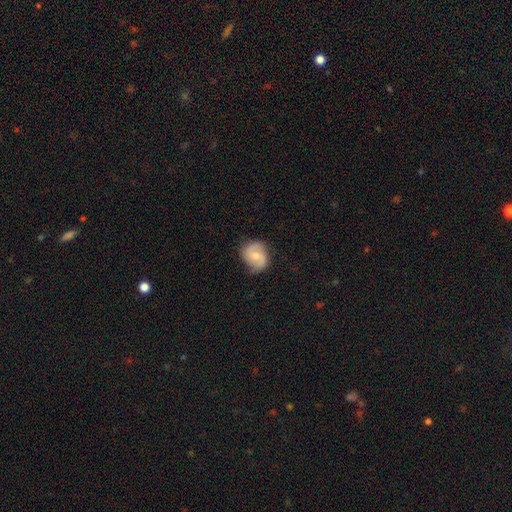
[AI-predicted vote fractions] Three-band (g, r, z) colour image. It shows a featured or disk galaxy (55%) with no bar (52%), spiral arms (89%) and a moderate central bulge (51%). Merging: none (70%).